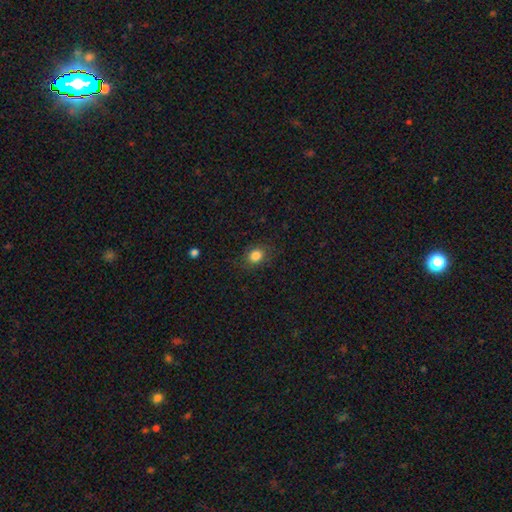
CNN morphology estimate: The model was most divided on "how rounded": round: 52%, in between: 47%, cigar-shaped: 1%. More confident: merging — none (84%); smooth or featured — smooth (83%).